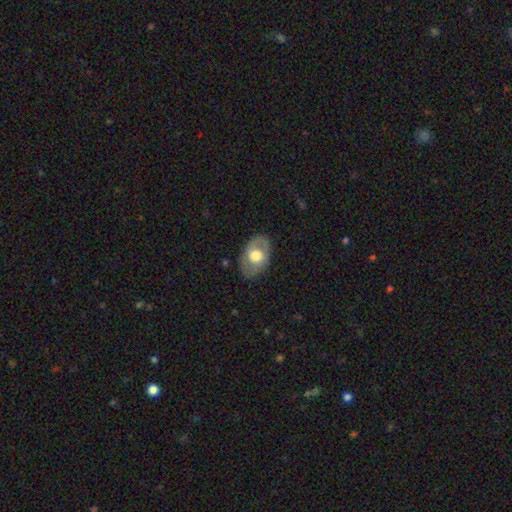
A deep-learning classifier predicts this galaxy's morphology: The model was most divided on "smooth or featured": smooth: 53%, featured or disk: 41%, star or artifact: 6%. More confident: how rounded — in between (82%); merging — none (78%).